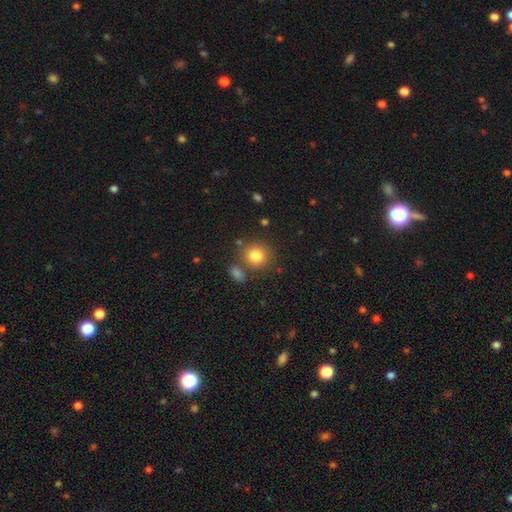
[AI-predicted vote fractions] Overall: smooth (82%). How rounded: round (85%). Merging: none (74%).